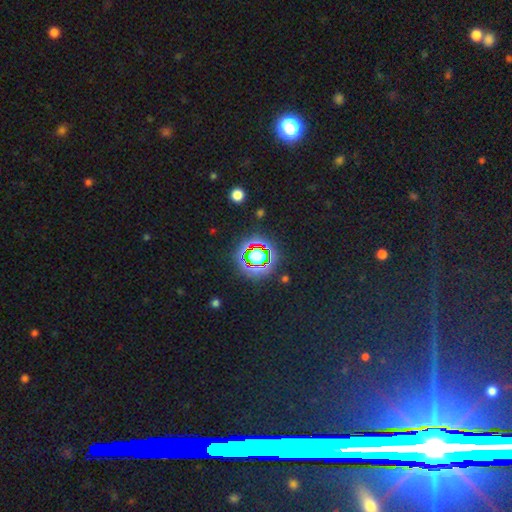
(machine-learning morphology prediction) smooth-or-featured: star or artifact: 67% | smooth: 21% | featured or disk: 12%